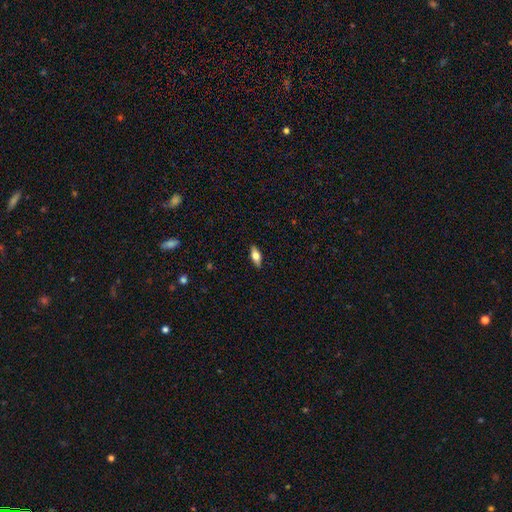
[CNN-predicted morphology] This is likely a smooth galaxy (63%). How rounded: likely in between (77%). Merging: clearly none (89%).